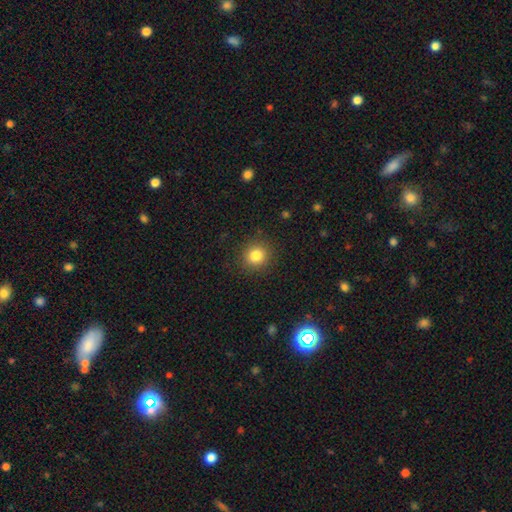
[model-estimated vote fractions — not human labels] This is clearly a smooth galaxy (82%). How rounded: clearly round (89%). Merging: clearly none (89%).